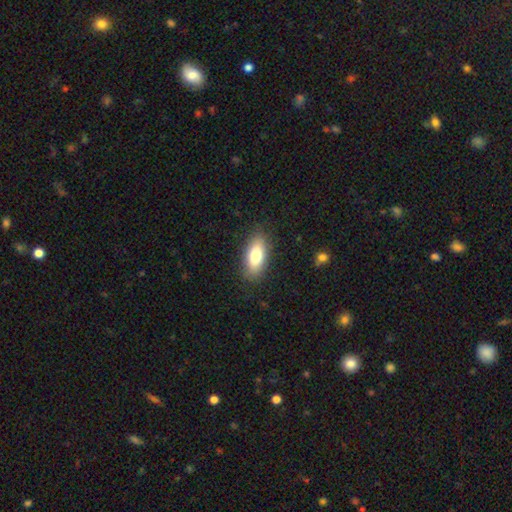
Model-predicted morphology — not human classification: smooth-or-featured: smooth: 77% | featured or disk: 16% | star or artifact: 7%
  how-rounded: in between: 82% | cigar-shaped: 15% | round: 3%
  merging: none: 86% | minor disturbance: 11% | major disturbance: 3% | merger: 1%